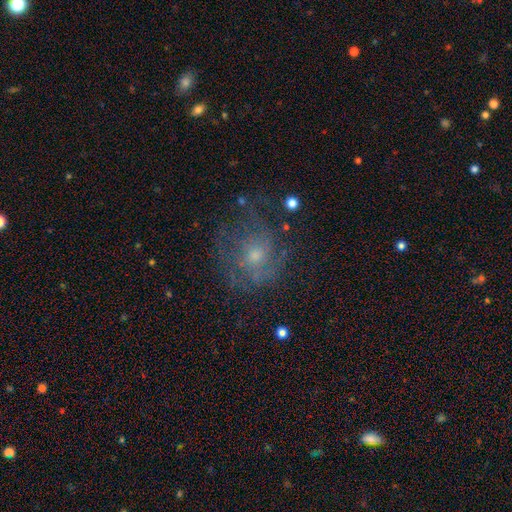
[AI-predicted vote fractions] Smooth or featured? Predicted: featured or disk (p=0.54). Edge-on disk? Predicted: no (p=0.97). Bar? Predicted: no (p=0.82). Spiral arms? Predicted: yes (p=0.59). Bulge size? Predicted: small (p=0.54). Merging? Predicted: none (p=0.57).